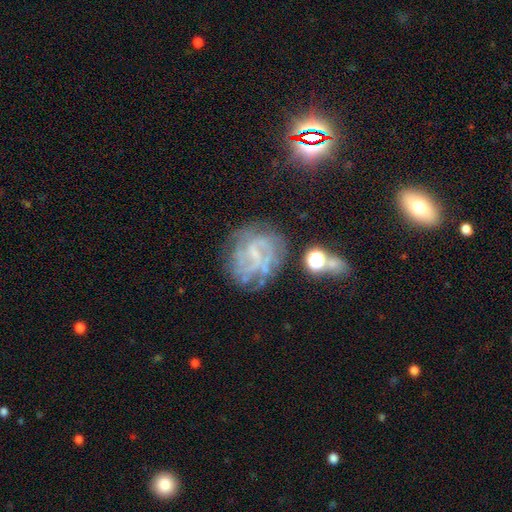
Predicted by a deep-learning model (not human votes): The model was most divided on "bar": weak: 44%, no: 42%, strong: 14%. Remaining: edge-on disk — no (98%); spiral arms — yes (79%); smooth or featured — featured or disk (74%); merging — none (60%); spiral winding — tight (48%); bulge size — small (45%); spiral arm count — can't tell (44%).